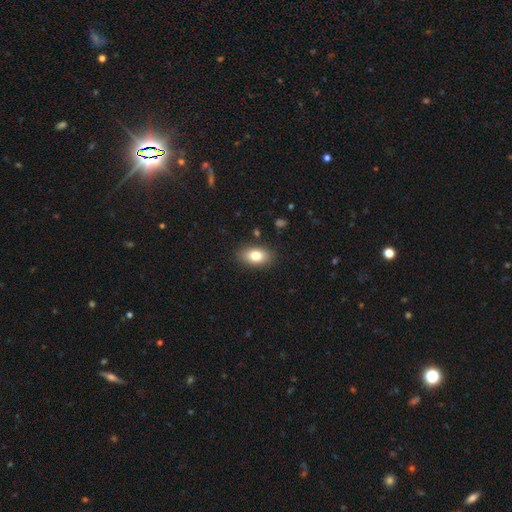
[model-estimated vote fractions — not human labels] A smooth galaxy with no disk features (81%) that is in between round and cigar-shaped (89%).

Vote fractions:
- Smooth or featured? smooth: 81% / featured or disk: 11% / star or artifact: 8%
- How rounded? in between: 89% / round: 9% / cigar-shaped: 2%
- Merging? none: 87% / minor disturbance: 9% / major disturbance: 2% / merger: 1%